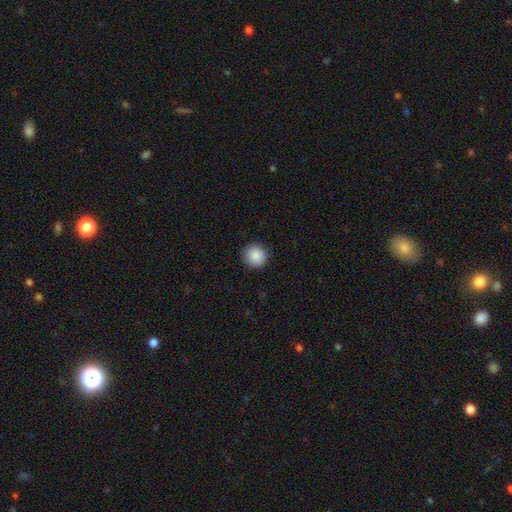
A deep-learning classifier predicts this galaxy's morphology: type=smooth (88%); roundness=round (94%); merging=none (91%).